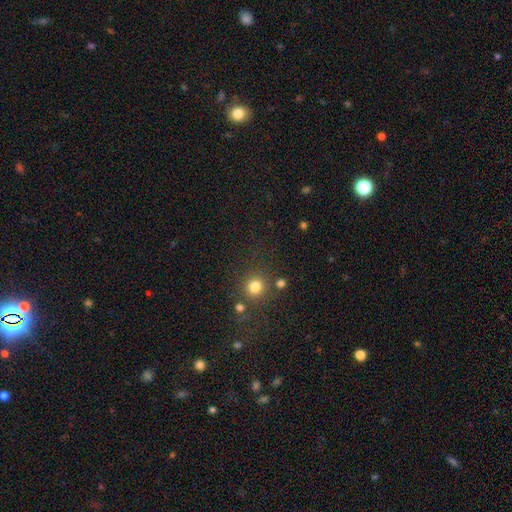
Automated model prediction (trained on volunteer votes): A smooth galaxy with no disk features (47%).

Vote fractions:
- Smooth or featured? smooth: 47% / star or artifact: 44% / featured or disk: 8%
- Merging? none: 70% / merger: 12% / minor disturbance: 11% / major disturbance: 7%